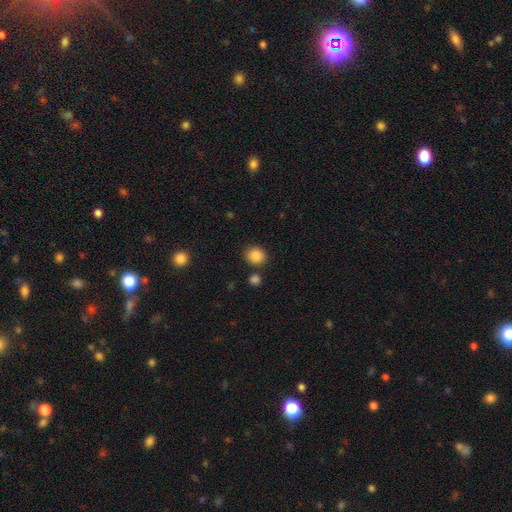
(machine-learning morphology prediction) Overall: smooth (87%). How rounded: round (77%). Merging: none (82%).